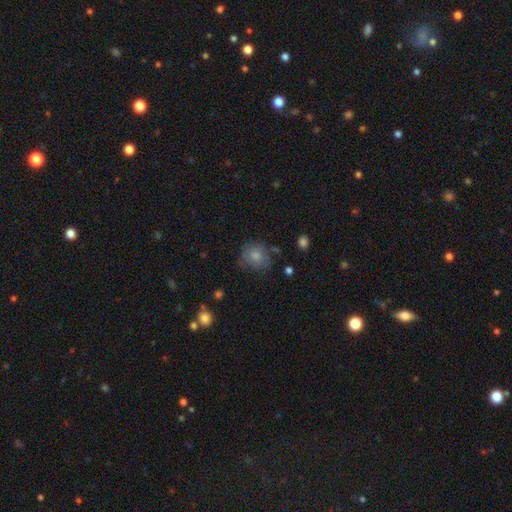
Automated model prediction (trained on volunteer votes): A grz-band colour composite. It shows a smooth galaxy with no disk features (75%) that is round (82%). Merging: none (65%).